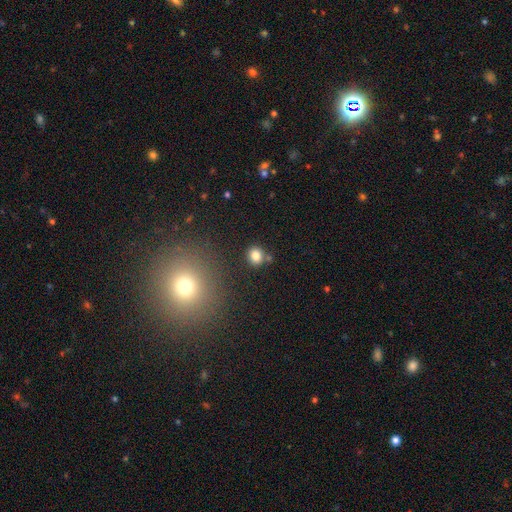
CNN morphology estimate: Smooth or featured? smooth (81%)
How rounded? round (80%)
Merging? none (76%)